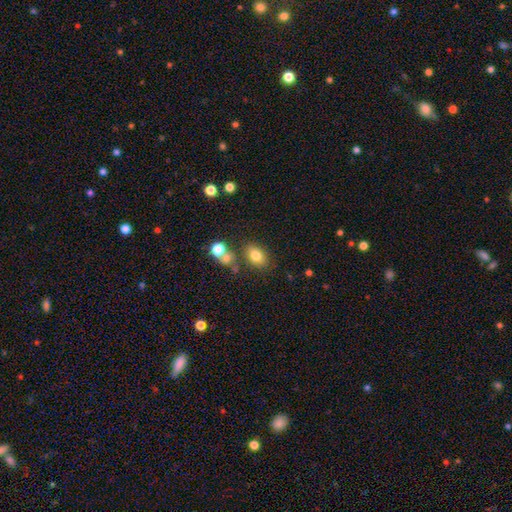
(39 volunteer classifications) smooth-or-featured: smooth: 77% | featured or disk: 13% | star or artifact: 10%
  how-rounded: in between: 70% | round: 30% | cigar-shaped: 0%
  merging: none: 74% | minor disturbance: 11% | merger: 11% | major disturbance: 3%